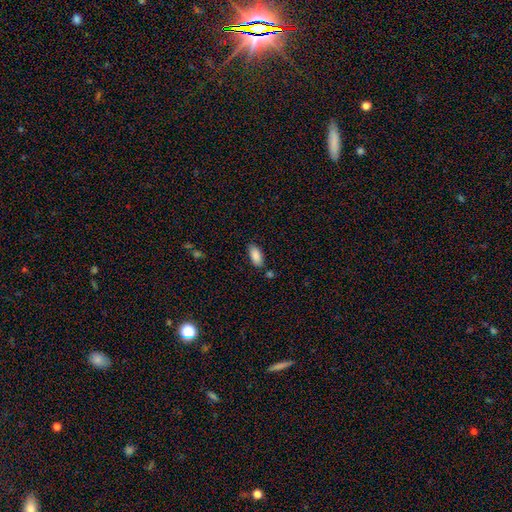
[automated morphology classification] smooth_or_featured: smooth (p=0.88) [alt: star or artifact p=0.07]
how_rounded: in between (p=0.89) [alt: cigar-shaped p=0.09]
merging: none (p=0.80) [alt: minor disturbance p=0.12]